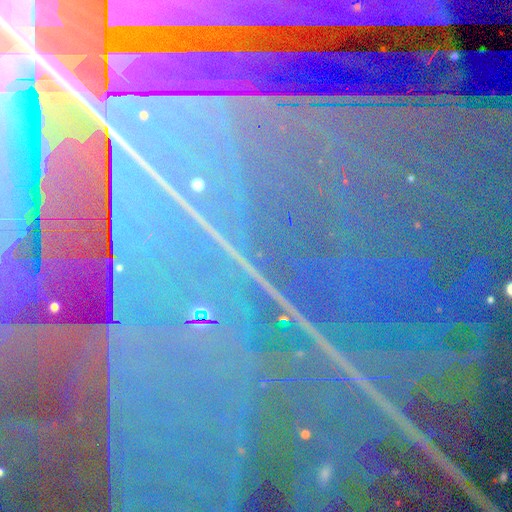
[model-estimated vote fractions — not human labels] Q: Smooth or featured?
A: star or artifact (91%); runner-up: featured or disk (5%)